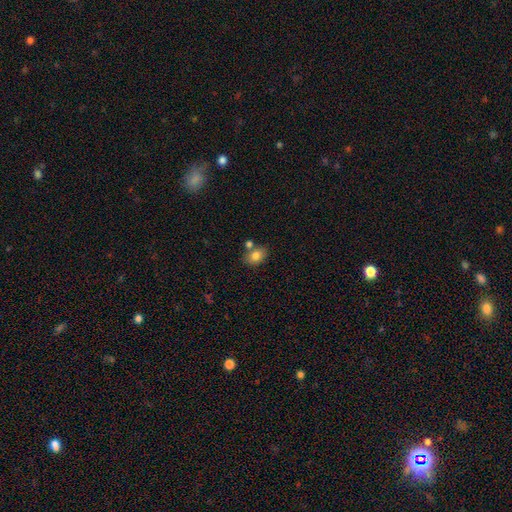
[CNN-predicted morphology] smooth-or-featured: smooth: 81% | featured or disk: 10% | star or artifact: 9%
  how-rounded: in between: 70% | round: 28% | cigar-shaped: 1%
  merging: none: 64% | merger: 19% | minor disturbance: 14% | major disturbance: 4%